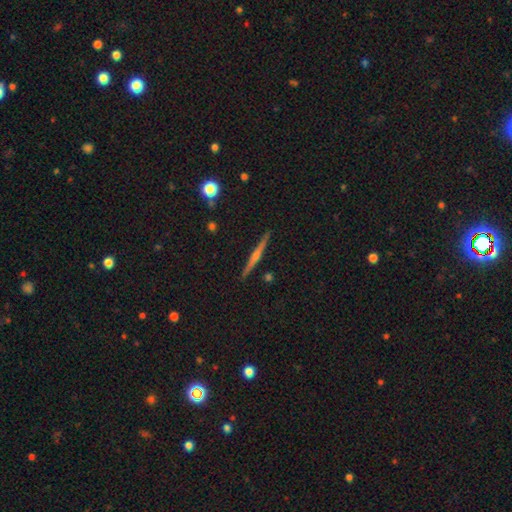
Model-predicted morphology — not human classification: Smooth or featured? Predicted: featured or disk (p=0.80). Edge-on disk? Predicted: yes (p=0.98). Edge-on bulge? Predicted: rounded (p=0.83). Merging? Predicted: none (p=0.92).